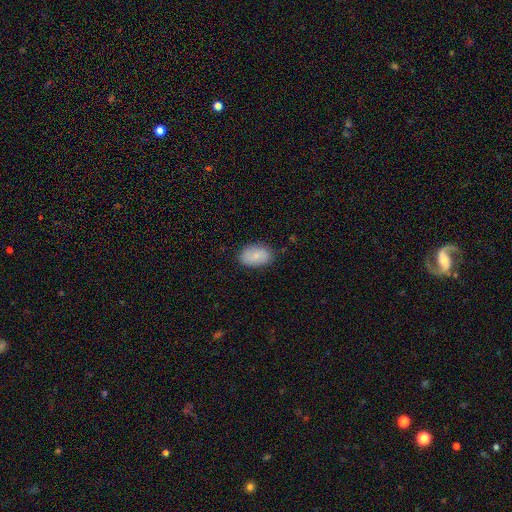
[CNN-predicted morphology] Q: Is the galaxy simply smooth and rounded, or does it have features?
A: smooth — 82%.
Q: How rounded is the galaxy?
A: in between — 90%.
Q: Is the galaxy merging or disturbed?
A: none — 82%.